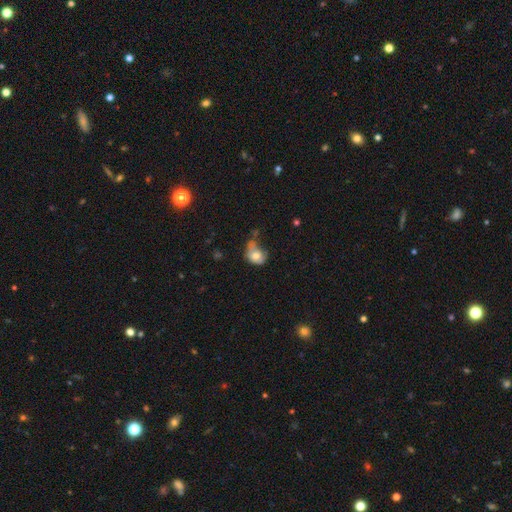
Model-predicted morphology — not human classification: A smooth galaxy with no disk features (67%) that is in between round and cigar-shaped (59%). Merging: major disturbance (33%).